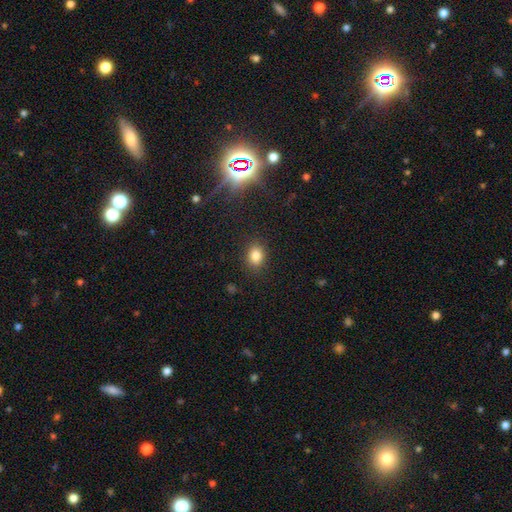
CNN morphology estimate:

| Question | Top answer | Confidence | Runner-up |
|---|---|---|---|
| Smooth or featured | smooth | 83% | star or artifact (12%) |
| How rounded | in between | 57% | round (42%) |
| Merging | none | 86% | minor disturbance (10%) |